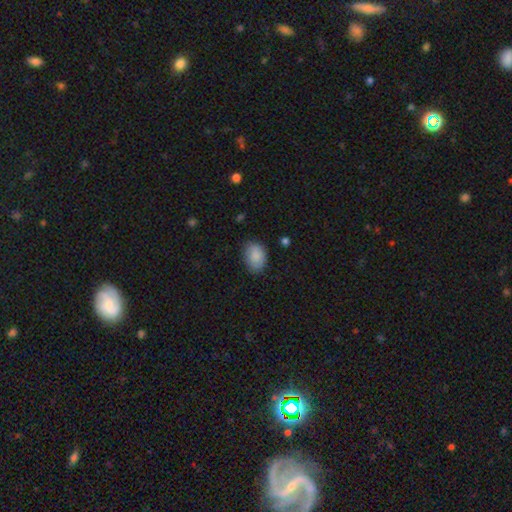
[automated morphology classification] Smooth or featured: smooth — 87% (star or artifact — 7%)
How rounded: in between — 79% (round — 20%)
Merging: none — 76% (minor disturbance — 19%)